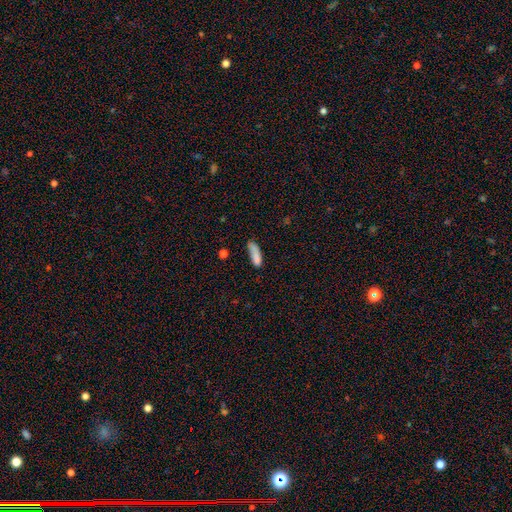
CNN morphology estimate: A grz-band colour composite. It shows a smooth galaxy with no disk features (81%) that is cigar-shaped (56%). Merging: none (48%).